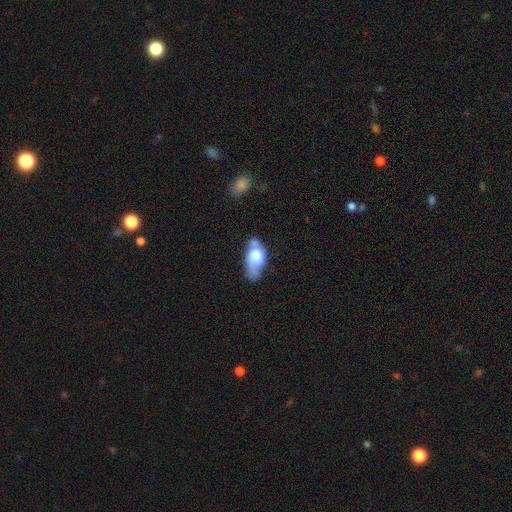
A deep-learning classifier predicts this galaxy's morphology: Smooth or featured?
  - smooth: 56% *
  - featured or disk: 37%
  - star or artifact: 8%
How rounded?
  - in between: 87% *
  - round: 7%
  - cigar-shaped: 6%
Merging?
  - minor disturbance: 29% *
  - none: 27%
  - major disturbance: 23%
  - merger: 21%